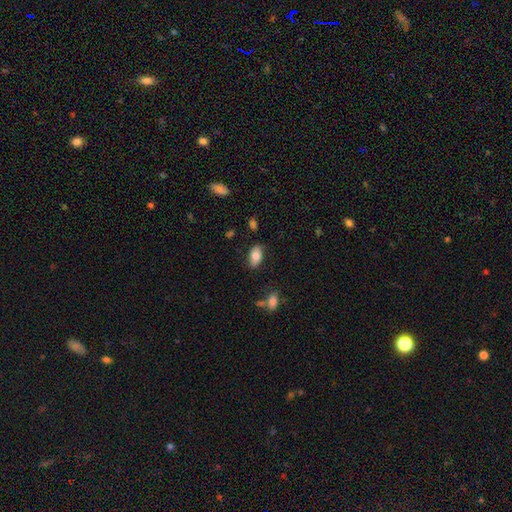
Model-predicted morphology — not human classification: smooth-or-featured: smooth: 77% | featured or disk: 16% | star or artifact: 7%
  how-rounded: in between: 92% | round: 4% | cigar-shaped: 3%
  merging: none: 80% | minor disturbance: 15% | major disturbance: 3% | merger: 2%